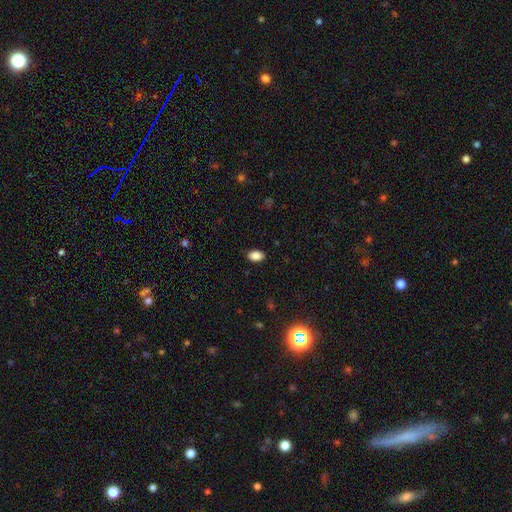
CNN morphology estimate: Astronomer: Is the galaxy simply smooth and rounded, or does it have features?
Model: smooth — 87%.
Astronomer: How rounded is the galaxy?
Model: in between — 89%.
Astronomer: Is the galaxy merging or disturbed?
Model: none — 87%.